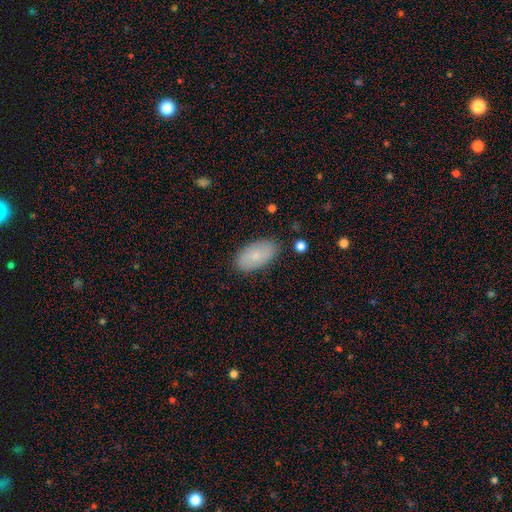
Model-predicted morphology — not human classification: Q: Smooth or featured?
A: smooth (78%); runner-up: featured or disk (15%)
Q: How rounded?
A: in between (94%); runner-up: round (3%)
Q: Merging?
A: none (85%); runner-up: minor disturbance (11%)